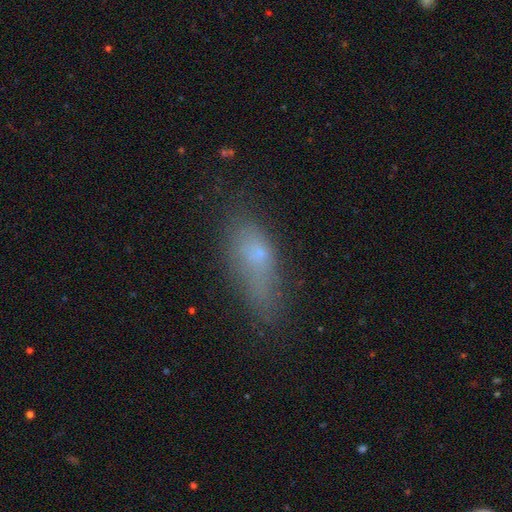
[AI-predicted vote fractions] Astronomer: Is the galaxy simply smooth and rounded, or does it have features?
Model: smooth — 65%.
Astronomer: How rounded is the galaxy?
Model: in between — 63%.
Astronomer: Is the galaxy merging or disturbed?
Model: none — 51% (runner-up: minor disturbance, 28%).